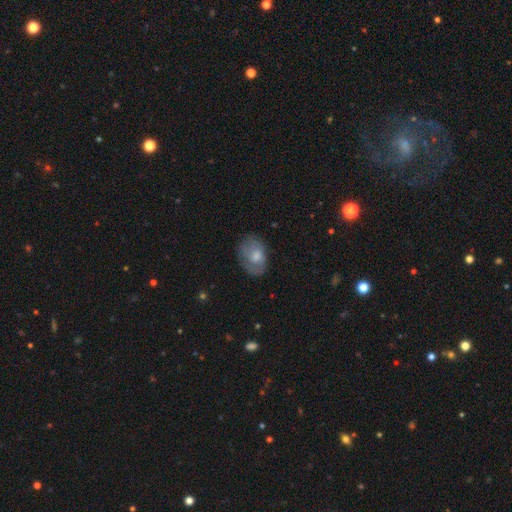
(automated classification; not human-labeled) Overall: smooth (62%; featured or disk 31%). How rounded: in between (80%). Merging: none (62%; minor disturbance 25%).